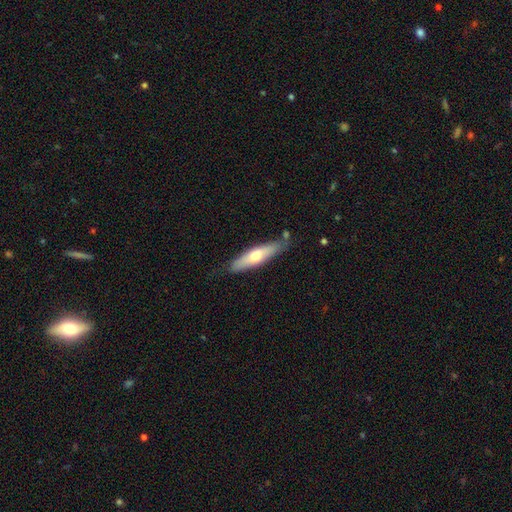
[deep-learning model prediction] Smooth or featured? smooth (57%)
How rounded? cigar-shaped (71%)
Merging? none (77%)